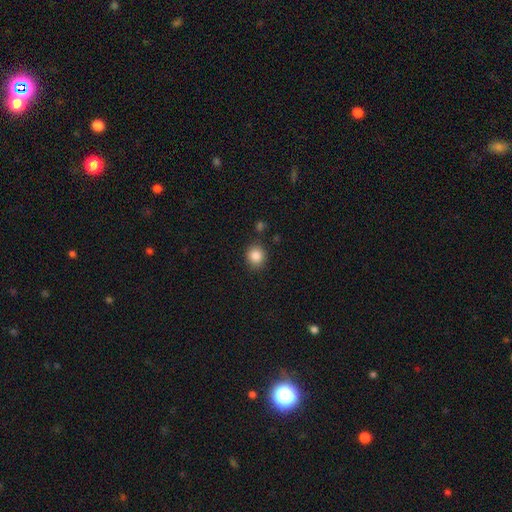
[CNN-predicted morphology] Overall: smooth (86%). How rounded: round (83%). Merging: none (85%).